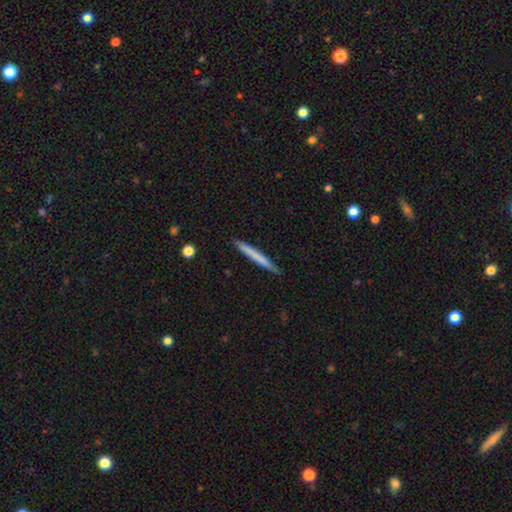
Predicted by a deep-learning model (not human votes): smooth 66%, featured or disk 29%, star or artifact 5%. Down the decision tree: how rounded — cigar-shaped (97%); merging — none (89%).